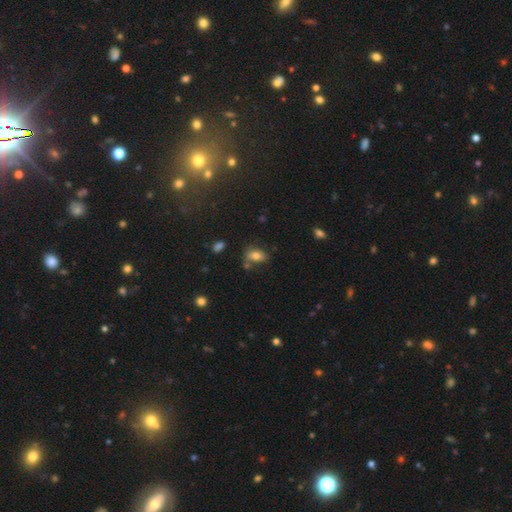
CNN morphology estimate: Q: Smooth or featured?
A: smooth (77%); runner-up: featured or disk (12%)
Q: How rounded?
A: in between (86%); runner-up: round (12%)
Q: Merging?
A: none (59%); runner-up: minor disturbance (19%)